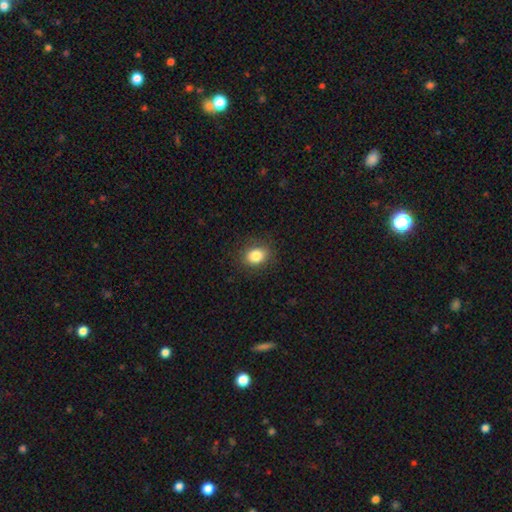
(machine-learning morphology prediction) Smooth or featured? Predicted: smooth (p=0.84). How rounded? Predicted: in between (p=0.53). Merging? Predicted: none (p=0.87).